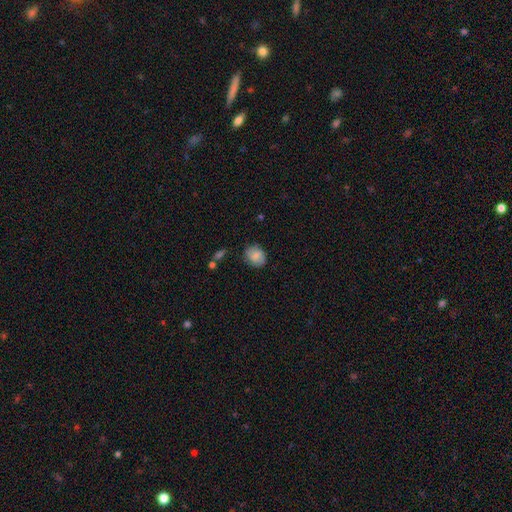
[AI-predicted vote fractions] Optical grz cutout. It shows a smooth galaxy with no disk features (77%) that is round (54%). Merging: none (76%).